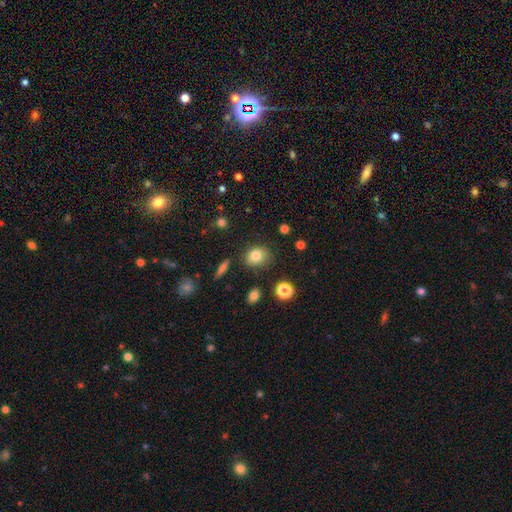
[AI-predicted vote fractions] Morphology: type=smooth (81%); roundness=round (51%); merging=none (76%).